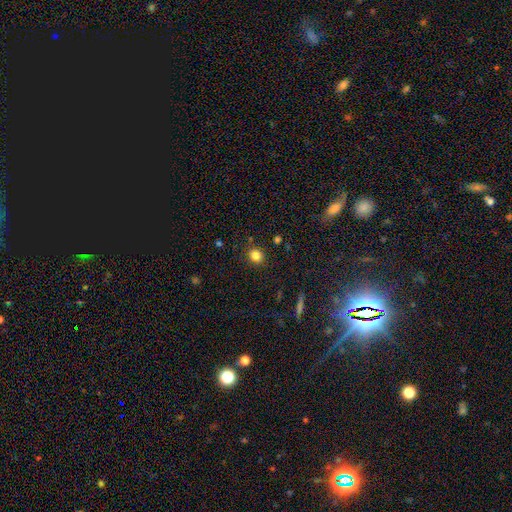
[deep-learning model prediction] A smooth galaxy with no disk features (83%) that is round (86%). Merging: none (88%).